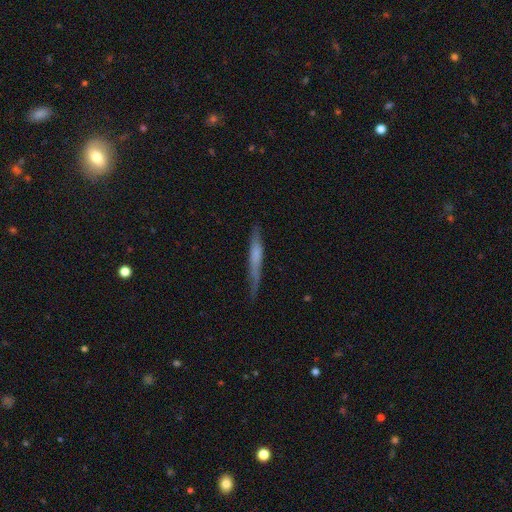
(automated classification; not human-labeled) Smooth or featured? smooth (50%)
How rounded? cigar-shaped (94%)
Merging? none (73%)